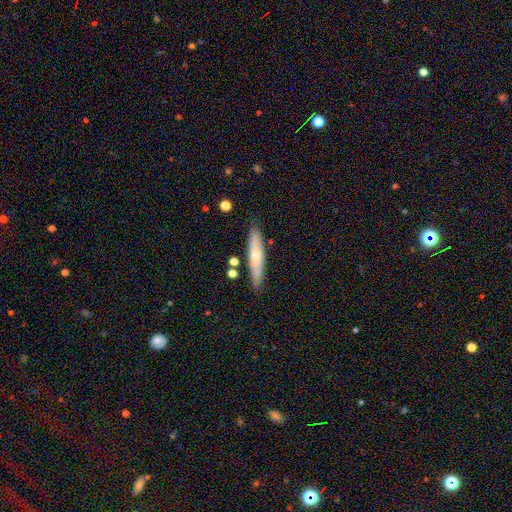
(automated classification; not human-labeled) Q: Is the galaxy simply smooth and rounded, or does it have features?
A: smooth — 54%.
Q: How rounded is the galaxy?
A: cigar-shaped — 85%.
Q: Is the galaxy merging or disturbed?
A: none — 84%.